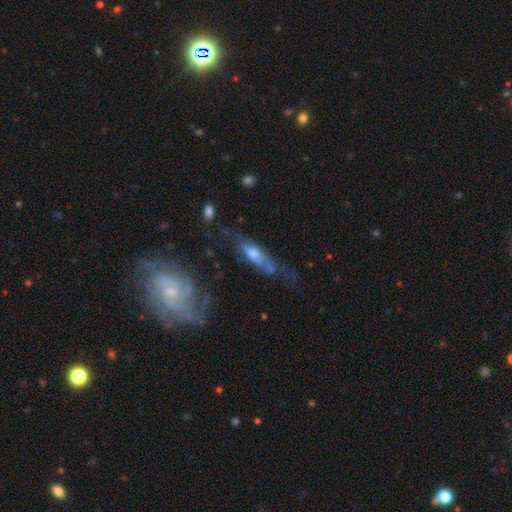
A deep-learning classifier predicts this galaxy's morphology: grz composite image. It shows a featured or disk galaxy (64%). Merging: none (50%).